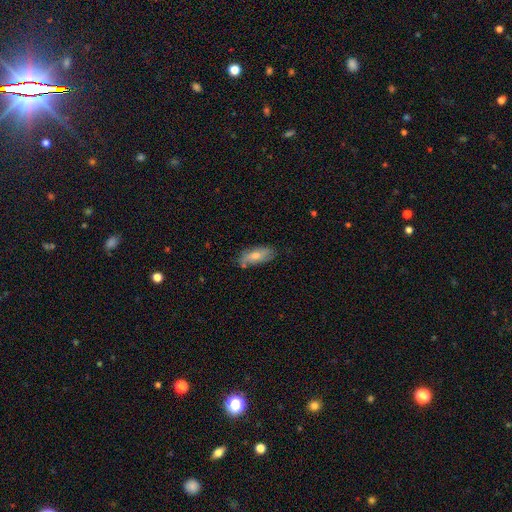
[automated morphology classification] This appears to be a smooth galaxy with no disk features (64%) that is in between round and cigar-shaped (76%). Merging: none (75%).